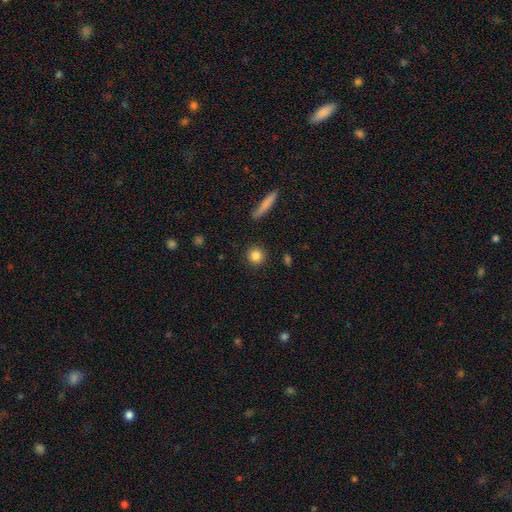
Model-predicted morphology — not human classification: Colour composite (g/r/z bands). It shows a smooth galaxy with no disk features (84%) that is round (91%). Merging: none (91%).